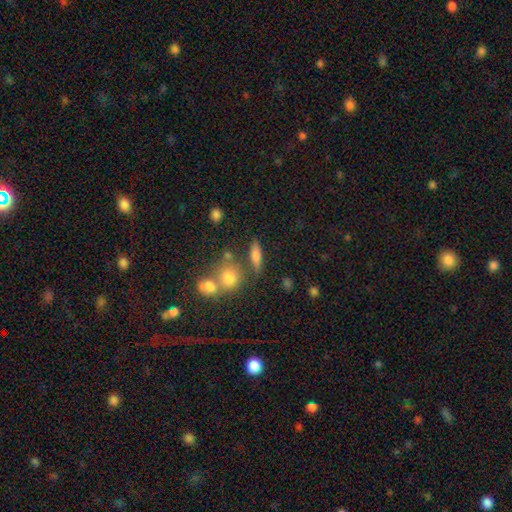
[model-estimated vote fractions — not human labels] Morphology: type=smooth (70%); roundness=in between (46%); merging=none (67%).